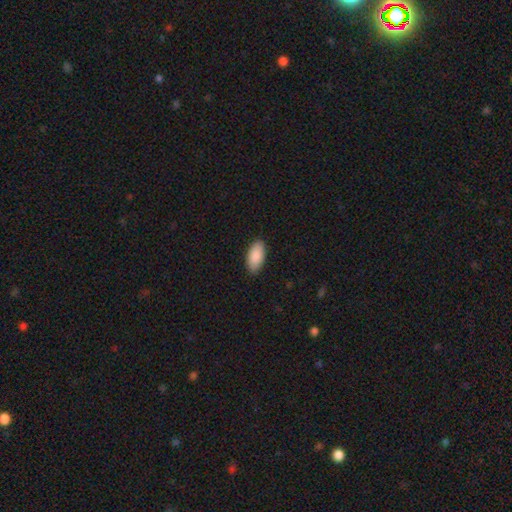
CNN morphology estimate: smooth_or_featured: smooth (p=0.90) [alt: star or artifact p=0.06]
how_rounded: in between (p=0.93) [alt: cigar-shaped p=0.05]
merging: none (p=0.89) [alt: minor disturbance p=0.09]